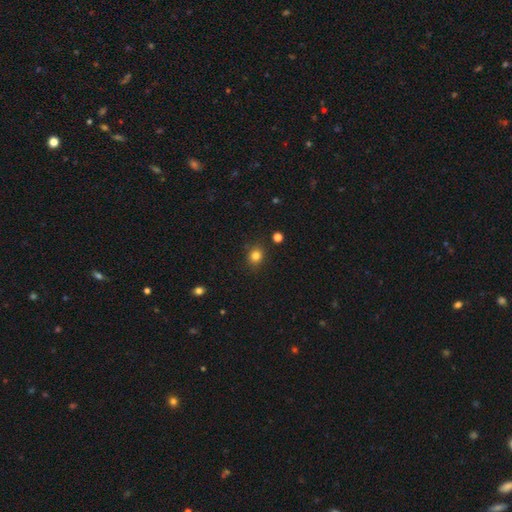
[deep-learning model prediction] Smooth or featured? Predicted: smooth (p=0.81). How rounded? Predicted: round (p=0.72). Merging? Predicted: none (p=0.86).